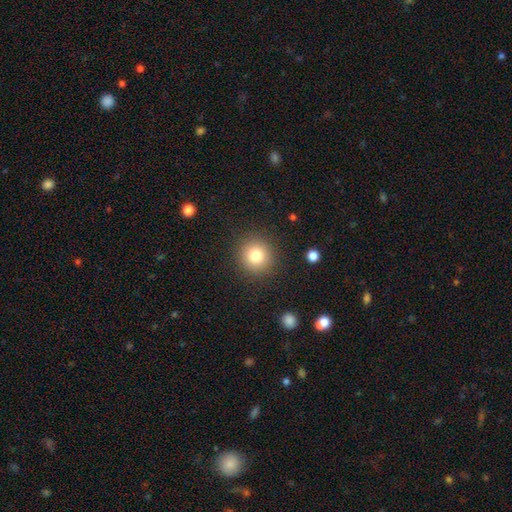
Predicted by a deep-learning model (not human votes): Smooth or featured? smooth (79%)
How rounded? round (92%)
Merging? none (89%)